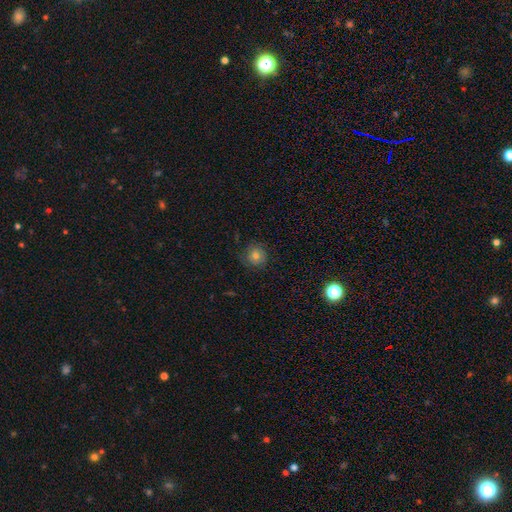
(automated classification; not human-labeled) This is likely a smooth galaxy (67%). How rounded: clearly round (92%). Merging: likely none (79%).